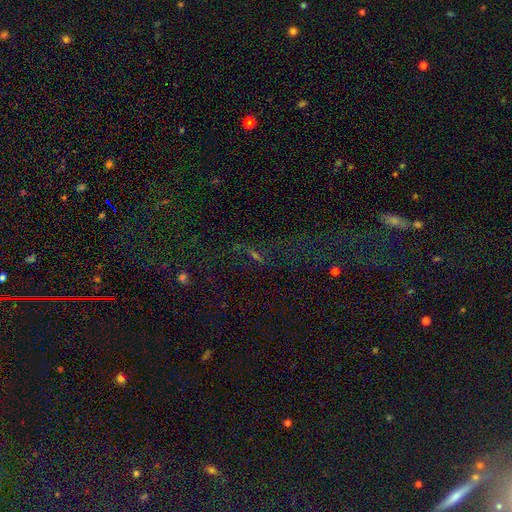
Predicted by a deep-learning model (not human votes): smooth_or_featured: star or artifact (p=0.57) [alt: smooth p=0.22]